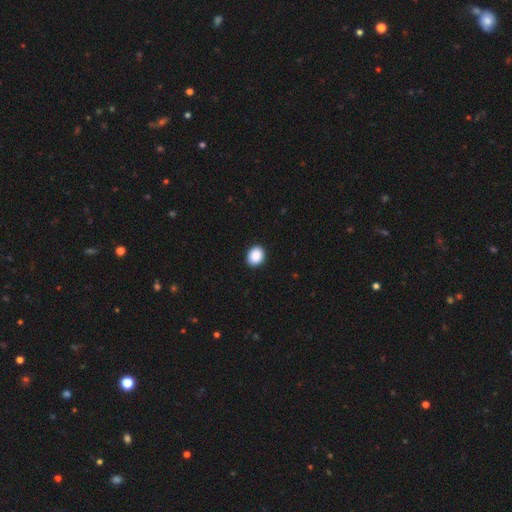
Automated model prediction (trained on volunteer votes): Q: Smooth or featured?
A: smooth (89%); runner-up: star or artifact (8%)
Q: How rounded?
A: round (54%); runner-up: in between (45%)
Q: Merging?
A: none (92%); runner-up: minor disturbance (6%)